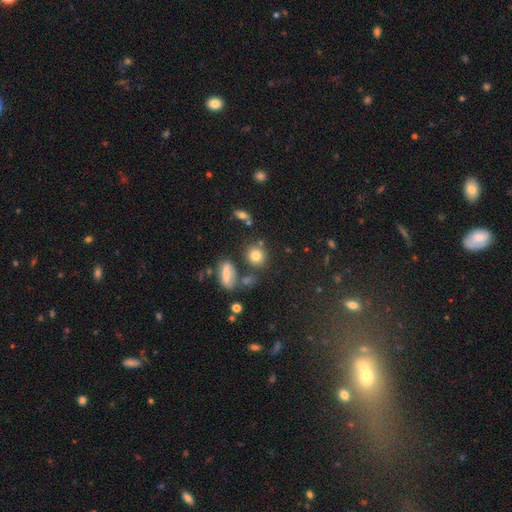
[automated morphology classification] type=smooth (77%); roundness=round (80%); merging=none (73%).